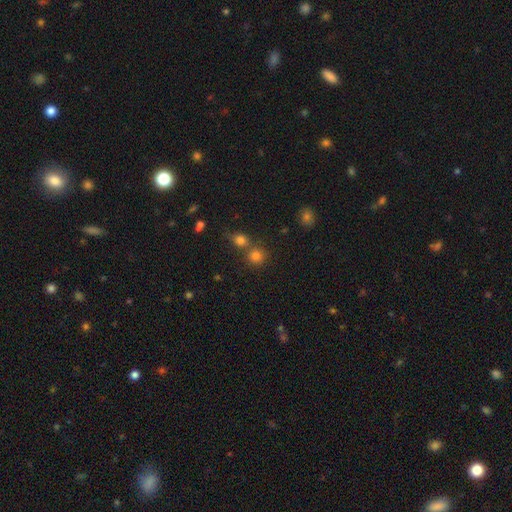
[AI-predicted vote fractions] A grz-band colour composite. It shows a smooth galaxy with no disk features (76%) that is round (89%). Merging: none (61%).